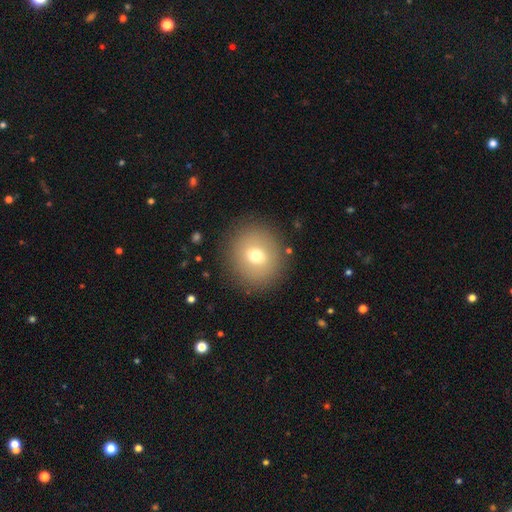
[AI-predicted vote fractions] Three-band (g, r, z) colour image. It shows a smooth galaxy with no disk features (67%) that is round (86%). Merging: none (87%).